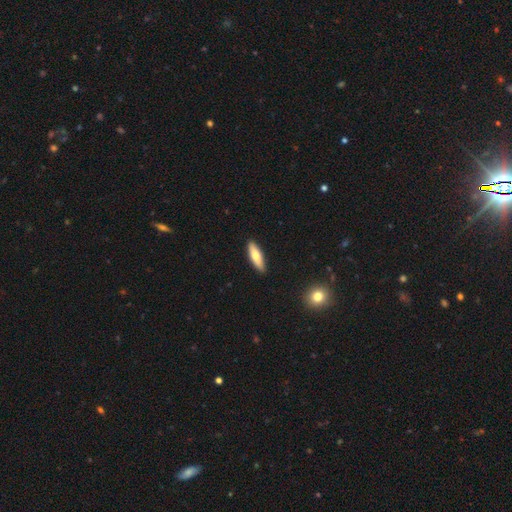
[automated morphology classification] Smooth or featured? smooth (68%)
How rounded? cigar-shaped (58%)
Merging? none (90%)